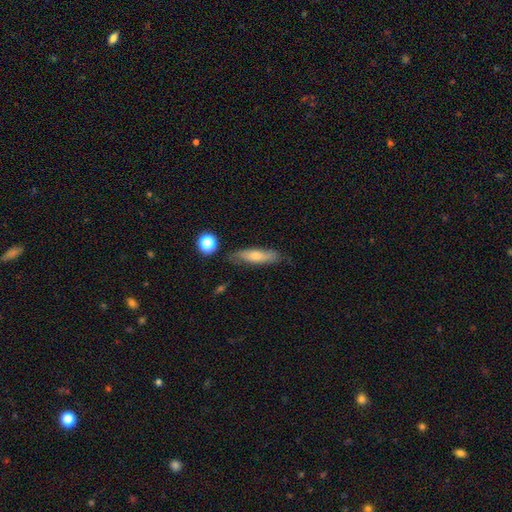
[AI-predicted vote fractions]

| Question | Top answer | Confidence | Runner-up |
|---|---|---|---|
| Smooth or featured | smooth | 60% | featured or disk (32%) |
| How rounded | cigar-shaped | 70% | in between (27%) |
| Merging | none | 78% | minor disturbance (16%) |